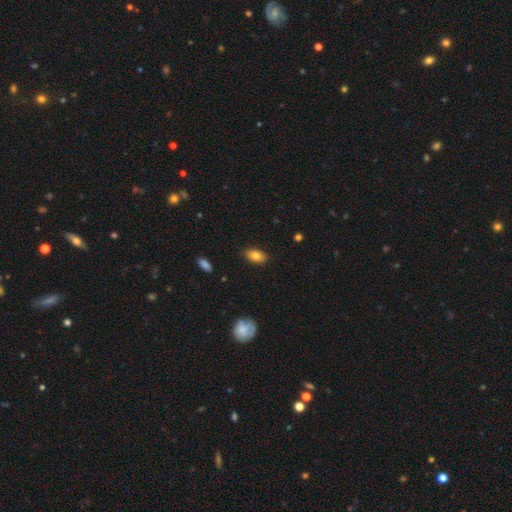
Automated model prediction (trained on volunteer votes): smooth-or-featured: smooth: 81% | featured or disk: 10% | star or artifact: 9%
  how-rounded: in between: 89% | round: 9% | cigar-shaped: 3%
  merging: none: 87% | minor disturbance: 10% | major disturbance: 2% | merger: 1%